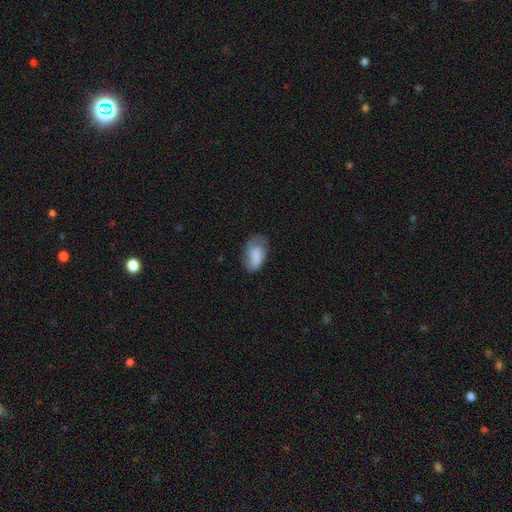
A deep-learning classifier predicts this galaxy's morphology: smooth_or_featured: smooth (p=0.76) [alt: featured or disk p=0.17]
how_rounded: in between (p=0.91) [alt: round p=0.07]
merging: none (p=0.47) [alt: minor disturbance p=0.33]